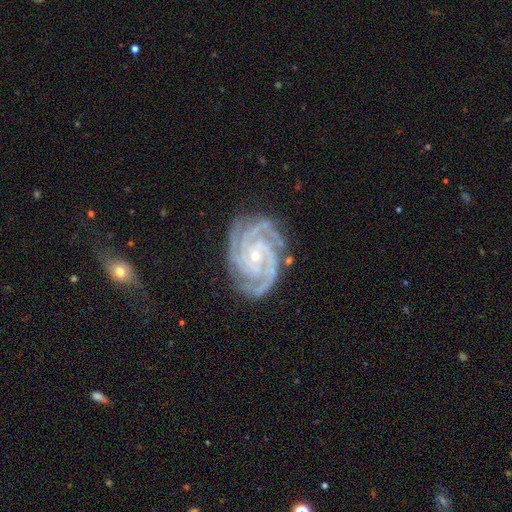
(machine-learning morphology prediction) This appears to be a featured or disk galaxy (92%) with no bar (69%), 4 (34%) tight (76%) spiral arms (99%) and a small central bulge (77%). Merging: none (77%).